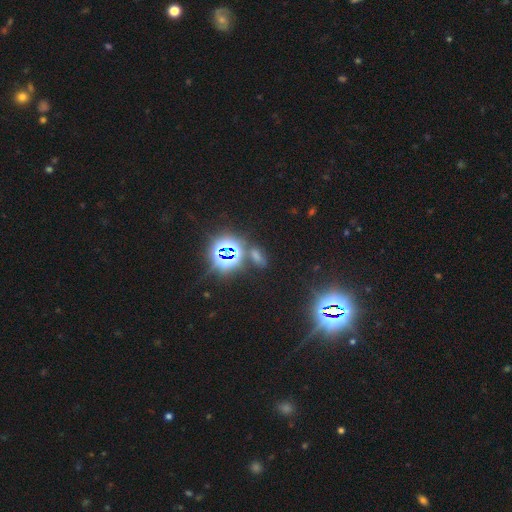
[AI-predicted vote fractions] Overall: star or artifact (65%; smooth 26%).